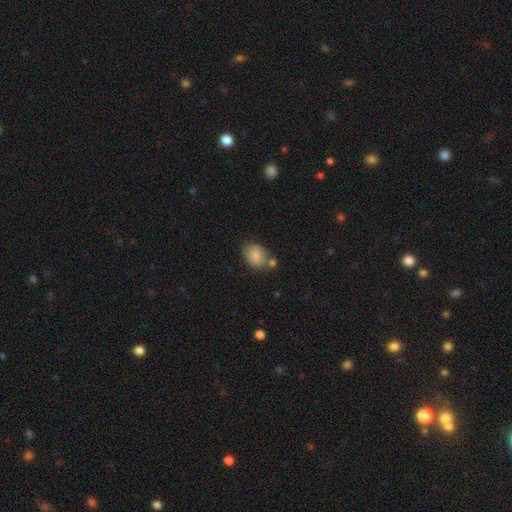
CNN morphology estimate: This is clearly a smooth galaxy (83%). How rounded: possibly in between (54%). Merging: likely none (62%).